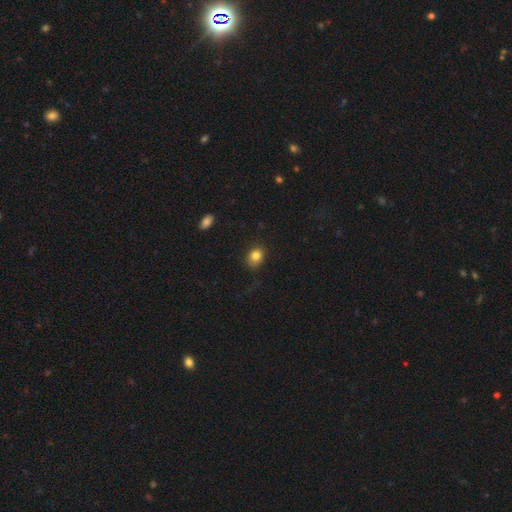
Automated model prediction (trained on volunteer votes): smooth_or_featured: smooth (p=0.83) [alt: star or artifact p=0.11]
how_rounded: round (p=0.51) [alt: in between p=0.48]
merging: none (p=0.79) [alt: minor disturbance p=0.15]